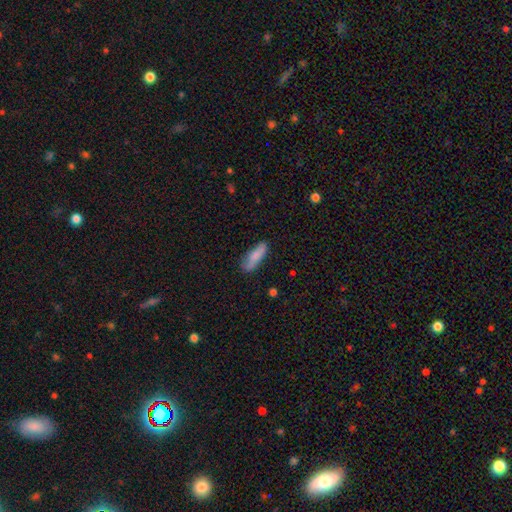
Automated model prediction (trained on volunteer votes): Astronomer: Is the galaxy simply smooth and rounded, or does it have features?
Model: smooth — 78%.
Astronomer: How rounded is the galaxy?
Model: cigar-shaped — 52% (runner-up: in between, 46%).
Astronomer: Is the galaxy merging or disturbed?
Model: none — 74%.